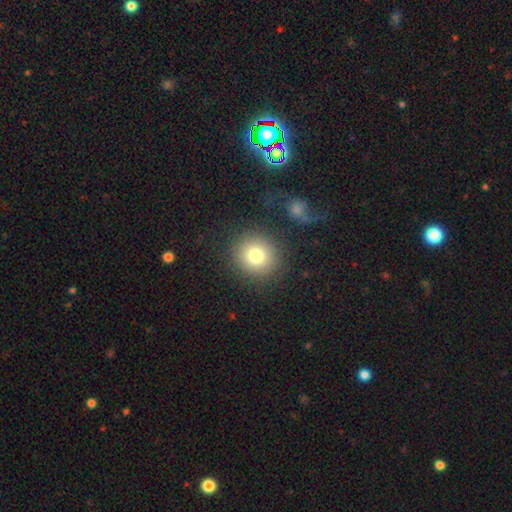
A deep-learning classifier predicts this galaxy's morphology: smooth 78%, star or artifact 11%, featured or disk 11%. Down the decision tree: how rounded — round (91%); merging — none (84%).